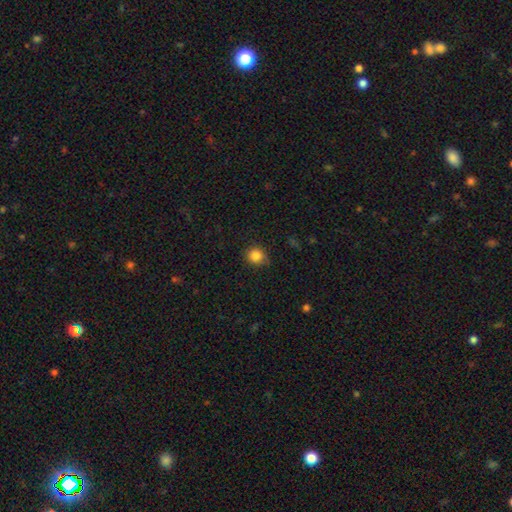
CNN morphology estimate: This is clearly a smooth galaxy (84%). How rounded: clearly round (87%). Merging: likely none (79%).